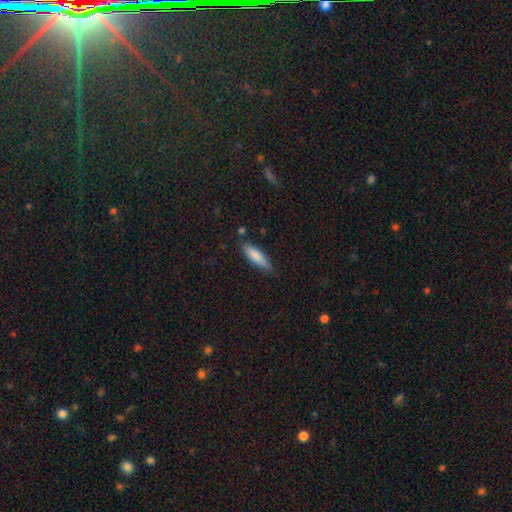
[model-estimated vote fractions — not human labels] A smooth galaxy with no disk features (83%) that is cigar-shaped (53%).

Vote fractions:
- Smooth or featured? smooth: 83% / featured or disk: 11% / star or artifact: 6%
- How rounded? cigar-shaped: 53% / in between: 45% / round: 2%
- Merging? none: 80% / minor disturbance: 15% / major disturbance: 3% / merger: 2%